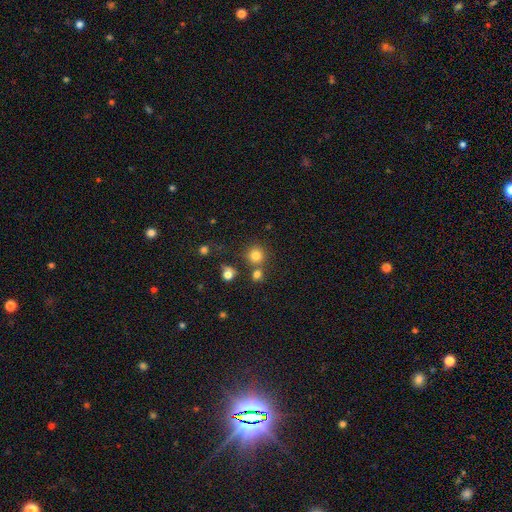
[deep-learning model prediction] smooth_or_featured: smooth (p=0.79) [alt: star or artifact p=0.14]
how_rounded: round (p=0.91) [alt: in between p=0.08]
merging: none (p=0.70) [alt: merger p=0.18]